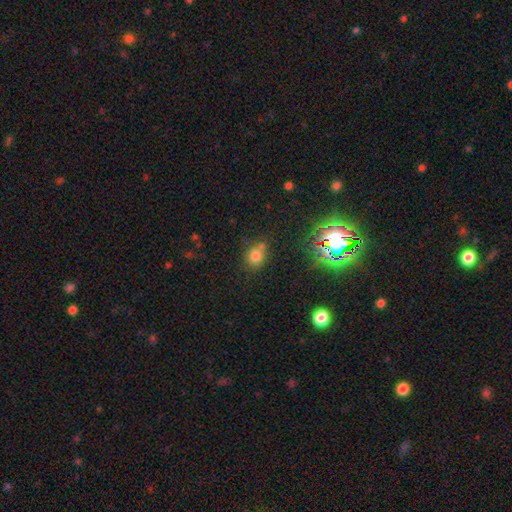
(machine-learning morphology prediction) Smooth or featured? Predicted: smooth (p=0.72). How rounded? Predicted: round (p=0.73). Merging? Predicted: none (p=0.59).